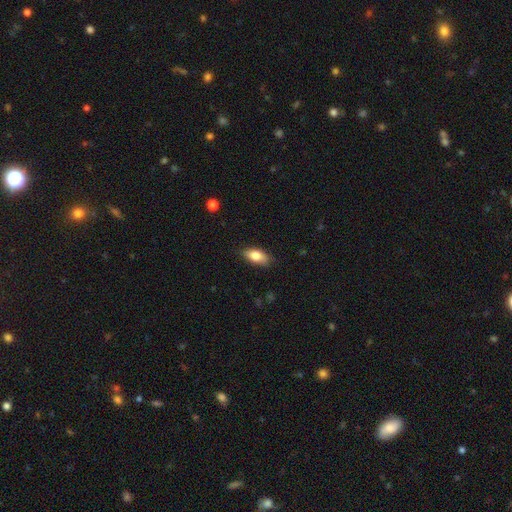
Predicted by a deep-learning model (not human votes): Overall: smooth (77%). How rounded: in between (85%). Merging: none (83%).